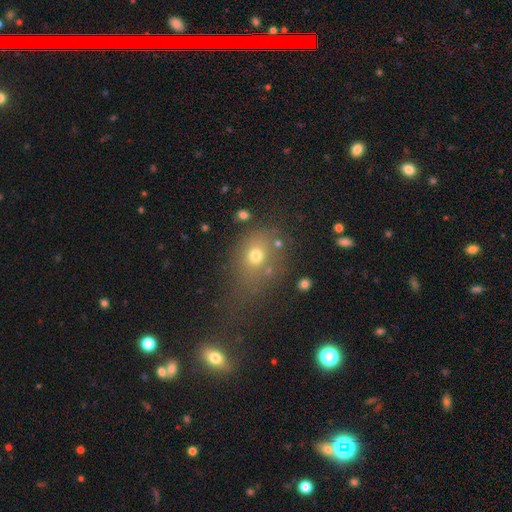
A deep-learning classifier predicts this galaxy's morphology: The model was most divided on "how rounded": round: 54%, in between: 44%, cigar-shaped: 2%. More confident: smooth or featured — smooth (67%); merging — none (50%).